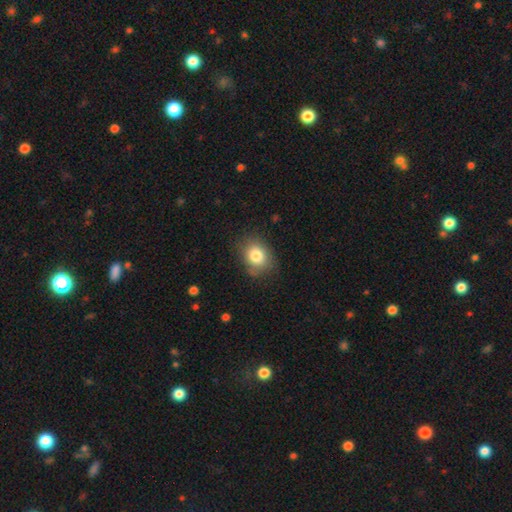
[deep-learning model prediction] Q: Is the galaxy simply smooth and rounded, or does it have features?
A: smooth — 81%.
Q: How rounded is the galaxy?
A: in between — 54%.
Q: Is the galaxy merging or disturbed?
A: none — 79%.